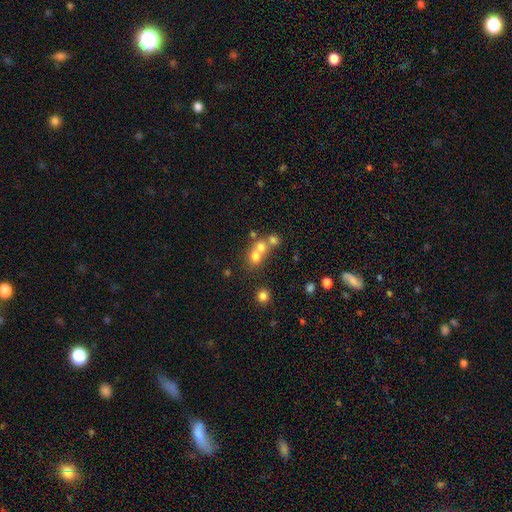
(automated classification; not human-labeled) Morphology: type=smooth (65%); roundness=round (74%); merging=merger (59%).